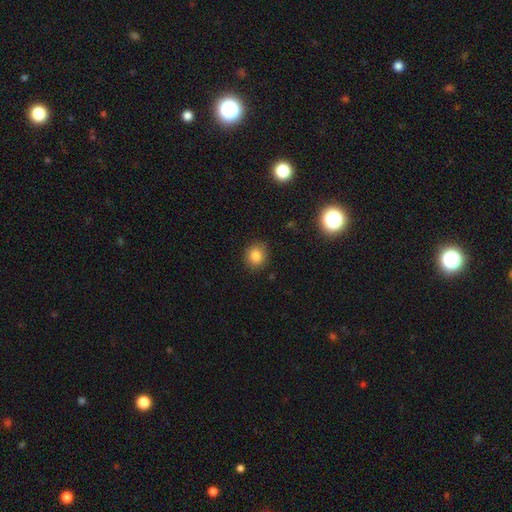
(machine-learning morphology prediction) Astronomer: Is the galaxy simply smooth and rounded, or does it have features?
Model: smooth — 82%.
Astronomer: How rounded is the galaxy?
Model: round — 80%.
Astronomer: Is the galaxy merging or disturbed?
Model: none — 89%.